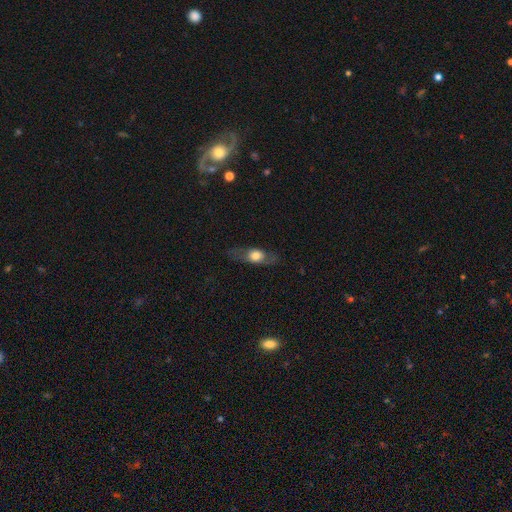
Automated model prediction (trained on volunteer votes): Smooth or featured? Predicted: smooth (p=0.48). Merging? Predicted: none (p=0.75).